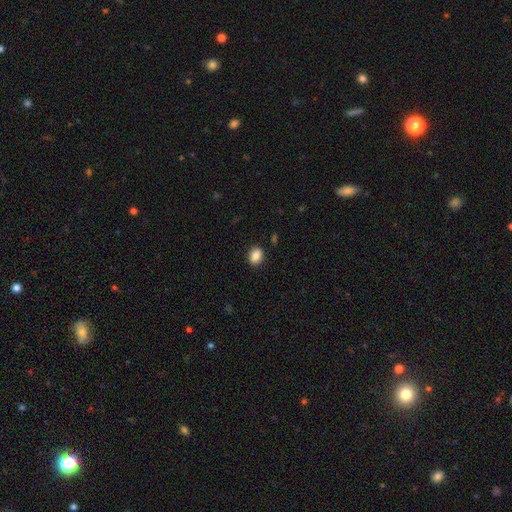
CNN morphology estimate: smooth 88%, star or artifact 8%, featured or disk 4%. Down the decision tree: how rounded — in between (61%); merging — none (89%).